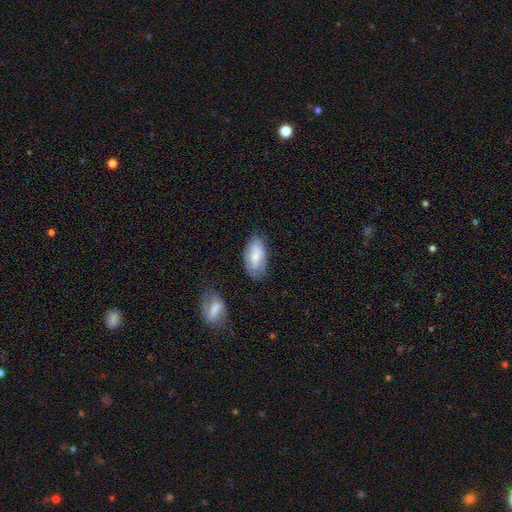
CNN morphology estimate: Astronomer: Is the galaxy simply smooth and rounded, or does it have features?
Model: smooth — 75%.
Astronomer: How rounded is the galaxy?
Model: in between — 93%.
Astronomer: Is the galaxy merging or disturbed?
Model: none — 73%.